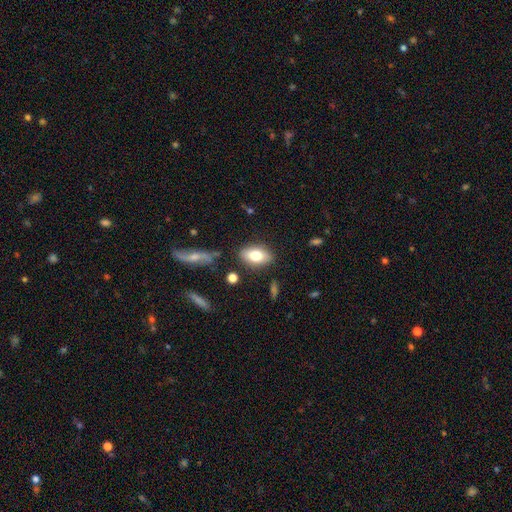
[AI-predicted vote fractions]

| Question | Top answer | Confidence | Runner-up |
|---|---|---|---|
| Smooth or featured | smooth | 75% | featured or disk (17%) |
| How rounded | in between | 89% | round (8%) |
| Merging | none | 82% | minor disturbance (11%) |